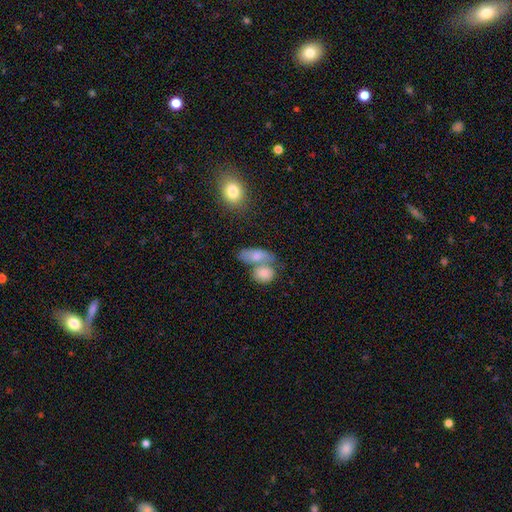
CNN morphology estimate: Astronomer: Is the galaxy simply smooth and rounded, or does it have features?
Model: smooth — 76%.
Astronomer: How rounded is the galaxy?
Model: in between — 75%.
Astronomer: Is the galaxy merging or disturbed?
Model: merger — 47% (runner-up: none, 34%).